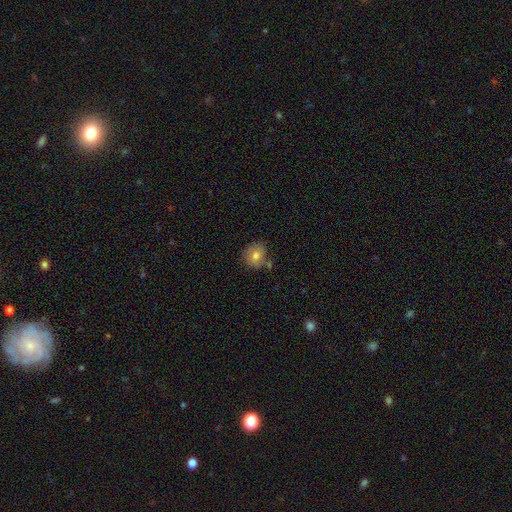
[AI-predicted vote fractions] Smooth or featured? smooth (77%)
How rounded? round (78%)
Merging? none (69%)